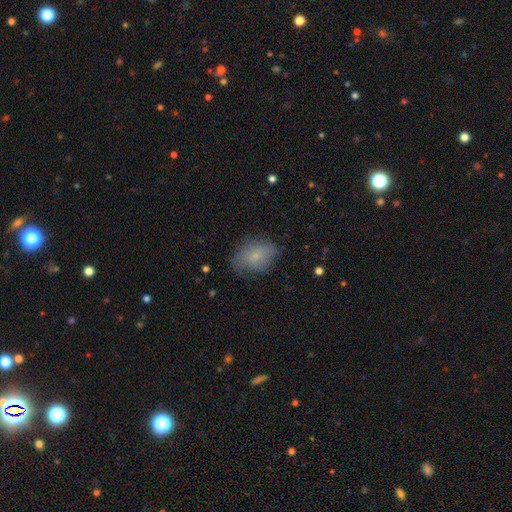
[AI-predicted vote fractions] smooth-or-featured: smooth: 71% | featured or disk: 20% | star or artifact: 9%
  how-rounded: in between: 77% | round: 21% | cigar-shaped: 2%
  merging: none: 60% | minor disturbance: 29% | major disturbance: 10% | merger: 1%